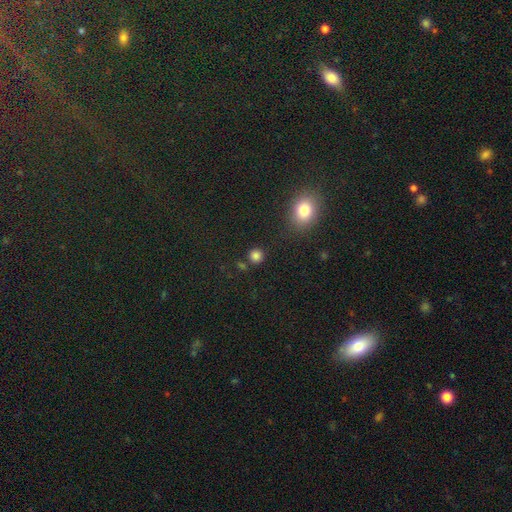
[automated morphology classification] Smooth or featured?
  - smooth: 83% *
  - star or artifact: 13%
  - featured or disk: 4%
How rounded?
  - round: 90% *
  - in between: 9%
  - cigar-shaped: 1%
Merging?
  - none: 83% *
  - minor disturbance: 8%
  - merger: 6%
  - major disturbance: 3%